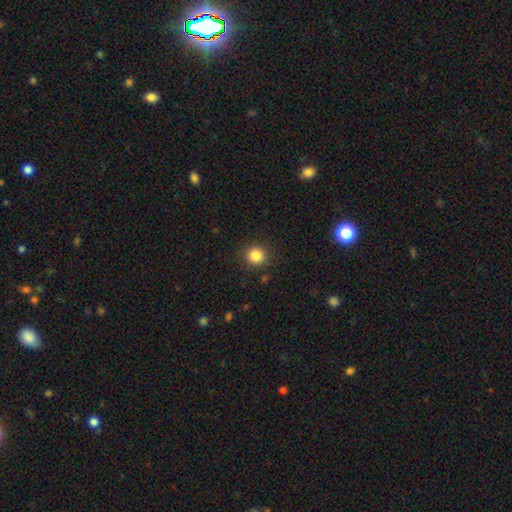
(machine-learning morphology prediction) type=smooth (85%); roundness=round (92%); merging=none (90%).